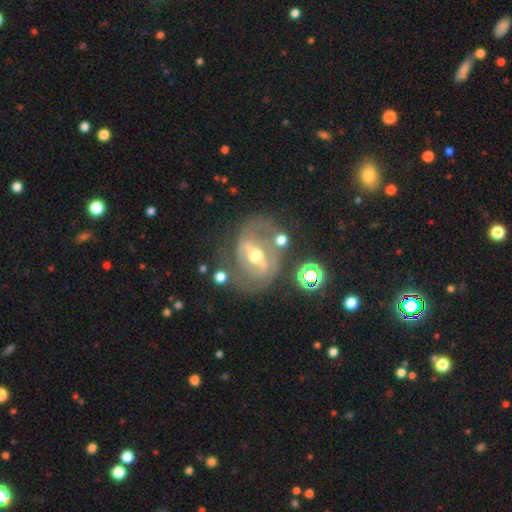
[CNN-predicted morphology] Smooth or featured? featured or disk (82%)
Edge-on disk? no (94%)
Bar? strong (58%)
Spiral arms? yes (73%)
Spiral winding? medium (42%)
Spiral arm count? 2 (68%)
Bulge size? moderate (71%)
Merging? none (60%)